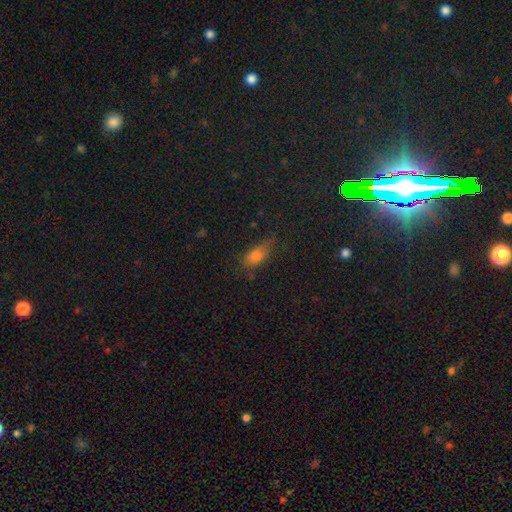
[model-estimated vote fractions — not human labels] Smooth or featured: smooth — 72% (star or artifact — 16%)
How rounded: in between — 75% (cigar-shaped — 17%)
Merging: none — 60% (minor disturbance — 28%)